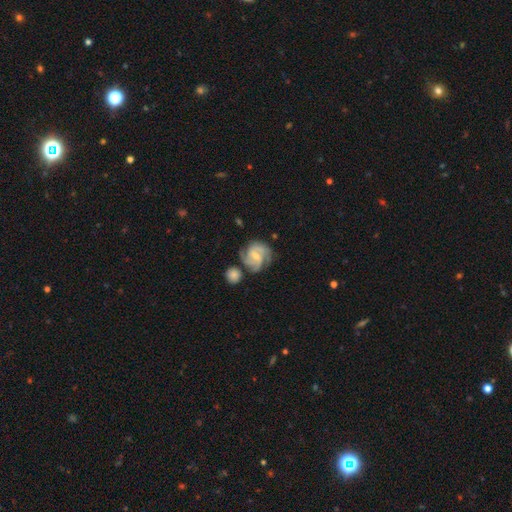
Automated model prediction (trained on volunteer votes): Smooth or featured?
  - featured or disk: 85% *
  - smooth: 9%
  - star or artifact: 5%
Edge-on disk?
  - no: 98% *
  - yes: 2%
Bar?
  - weak: 51% *
  - no: 33%
  - strong: 15%
Spiral arms?
  - yes: 97% *
  - no: 3%
Spiral winding?
  - medium: 45% *
  - tight: 44%
  - loose: 11%
Spiral arm count?
  - 3: 50% *
  - 2: 23%
  - can't tell: 11%
  - 4: 8%
  - 1: 4%
  - more than 4: 4%
Bulge size?
  - small: 55% *
  - moderate: 39%
  - none: 4%
  - large: 2%
  - dominant: 1%
Merging?
  - none: 68% *
  - minor disturbance: 18%
  - major disturbance: 8%
  - merger: 7%